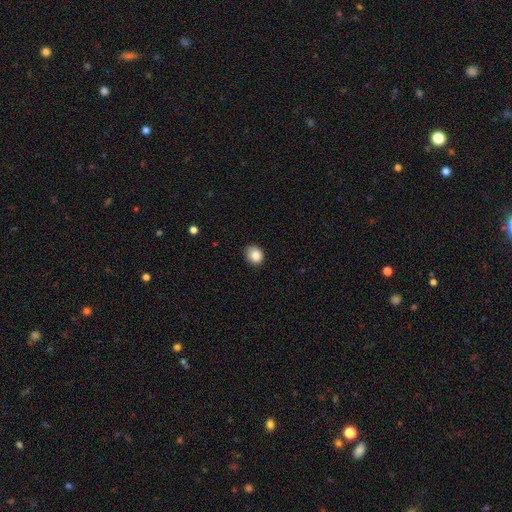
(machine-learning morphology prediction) smooth 86%, star or artifact 9%, featured or disk 5%. Down the decision tree: how rounded — round (60%); merging — none (85%).